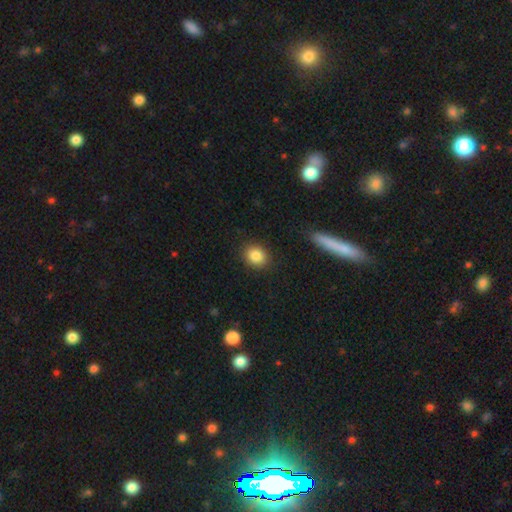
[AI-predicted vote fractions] Q: Smooth or featured?
A: smooth (86%); runner-up: star or artifact (9%)
Q: How rounded?
A: round (64%); runner-up: in between (35%)
Q: Merging?
A: none (88%); runner-up: minor disturbance (8%)